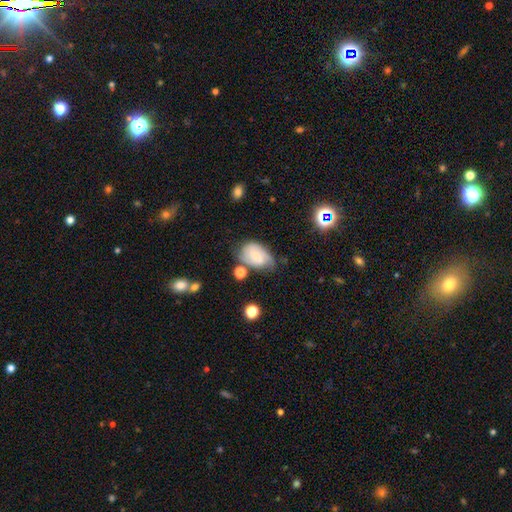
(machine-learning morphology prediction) smooth-or-featured: featured or disk: 48% | smooth: 43% | star or artifact: 9%
  merging: none: 45% | minor disturbance: 34% | major disturbance: 13% | merger: 8%